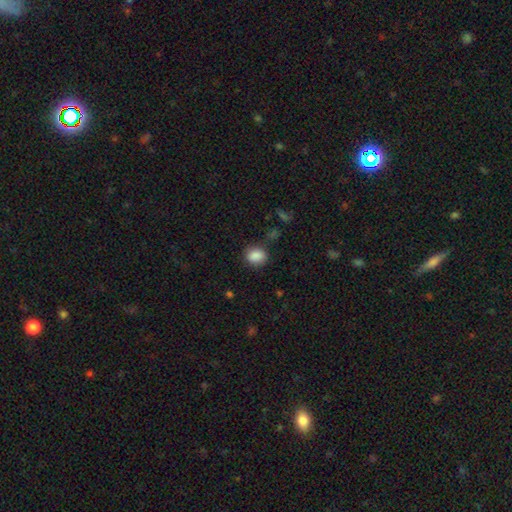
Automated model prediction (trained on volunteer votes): smooth 87%, star or artifact 9%, featured or disk 4%. Down the decision tree: how rounded — round (55%); merging — none (78%).